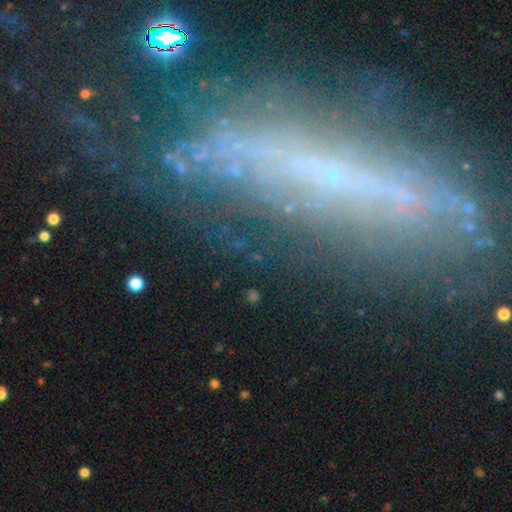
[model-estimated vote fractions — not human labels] smooth_or_featured: featured or disk (p=0.55) [alt: star or artifact p=0.24]
disk_edge_on: no (p=0.54) [alt: yes p=0.46]
merging: none (p=0.72) [alt: minor disturbance p=0.15]